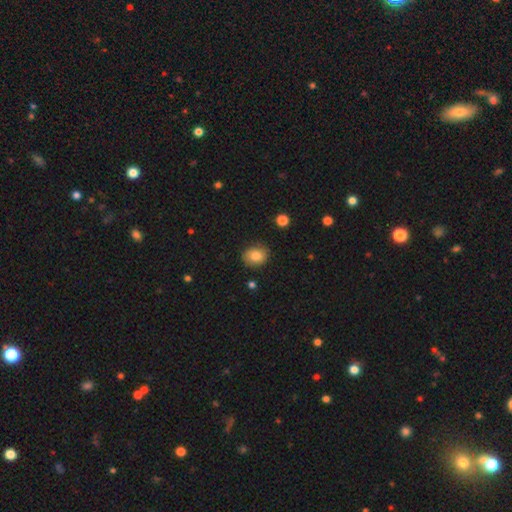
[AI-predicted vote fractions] A smooth galaxy with no disk features (83%) that is round (58%). Merging: none (84%).